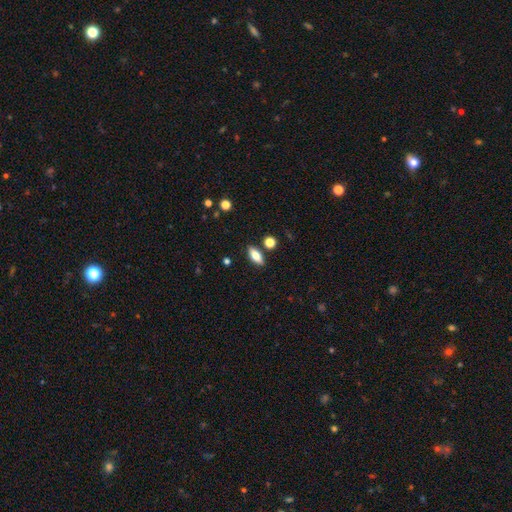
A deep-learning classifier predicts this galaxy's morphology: smooth_or_featured: smooth (p=0.73) [alt: featured or disk p=0.19]
how_rounded: in between (p=0.79) [alt: cigar-shaped p=0.17]
merging: none (p=0.85) [alt: minor disturbance p=0.09]